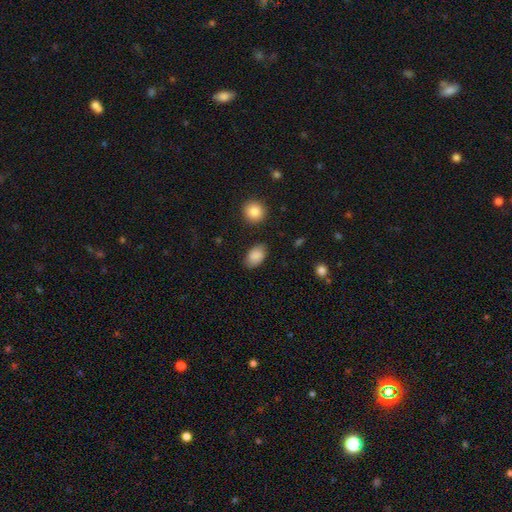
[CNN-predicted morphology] Smooth or featured? smooth (86%)
How rounded? in between (87%)
Merging? none (82%)